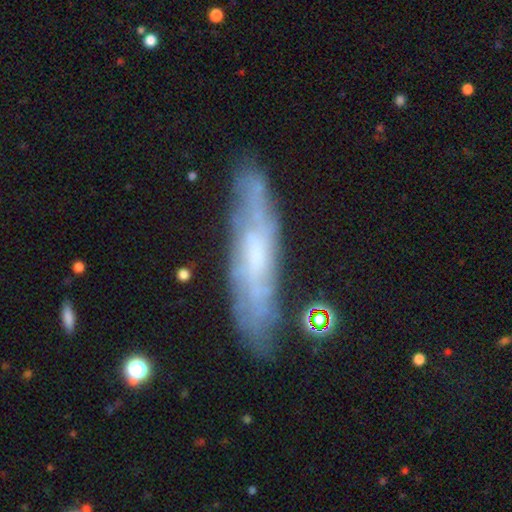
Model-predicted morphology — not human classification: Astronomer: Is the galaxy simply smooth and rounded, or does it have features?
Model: featured or disk — 65%.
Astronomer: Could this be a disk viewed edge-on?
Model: no — 53% (runner-up: yes, 47%).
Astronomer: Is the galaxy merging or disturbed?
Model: none — 77%.